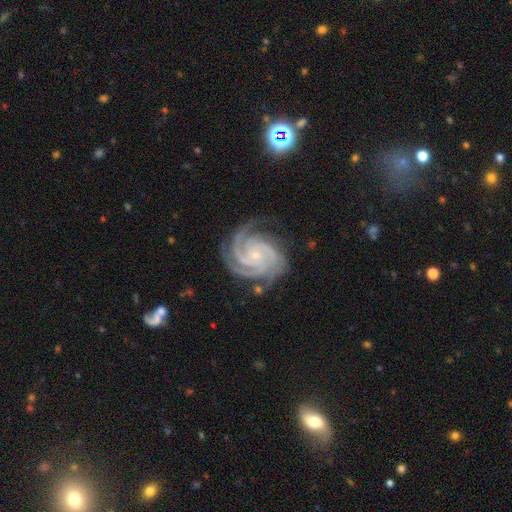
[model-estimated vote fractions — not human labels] Smooth or featured: featured or disk — 93% (star or artifact — 4%)
Edge-on disk: no — 98% (yes — 2%)
Bar: no — 73% (weak — 19%)
Spiral arms: yes — 99% (no — 1%)
Spiral winding: tight — 72% (medium — 26%)
Spiral arm count: 3 — 42% (4 — 38%)
Bulge size: small — 83% (moderate — 13%)
Merging: none — 75% (minor disturbance — 18%)